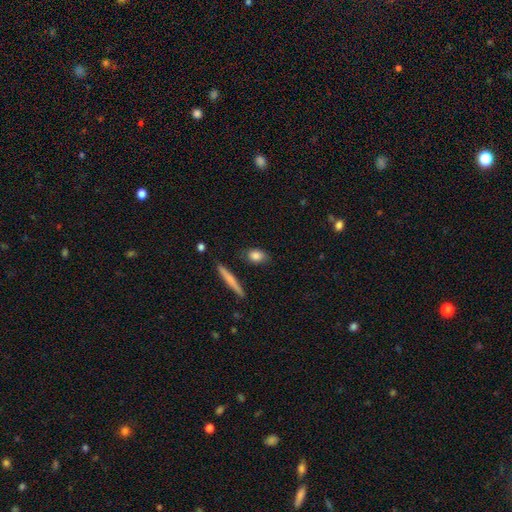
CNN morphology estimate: This appears to be a smooth galaxy with no disk features (82%) that is in between round and cigar-shaped (66%). Merging: none (81%).